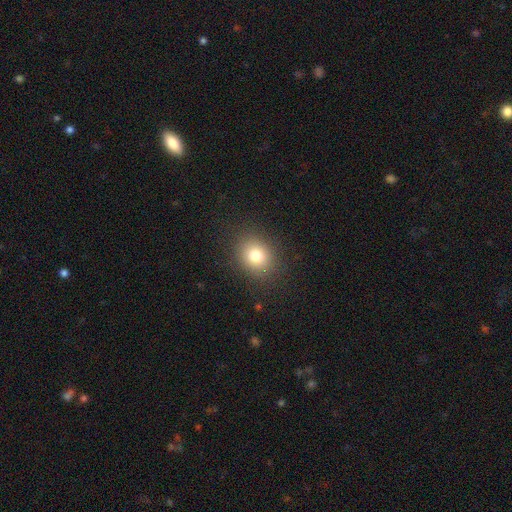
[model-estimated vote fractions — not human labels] Smooth or featured? smooth (78%)
How rounded? round (69%)
Merging? none (87%)